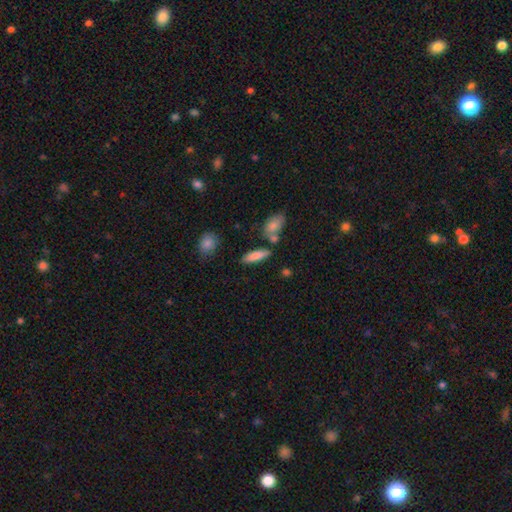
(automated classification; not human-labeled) Q: Smooth or featured?
A: smooth (81%); runner-up: featured or disk (12%)
Q: How rounded?
A: cigar-shaped (53%); runner-up: in between (45%)
Q: Merging?
A: none (74%); runner-up: minor disturbance (12%)